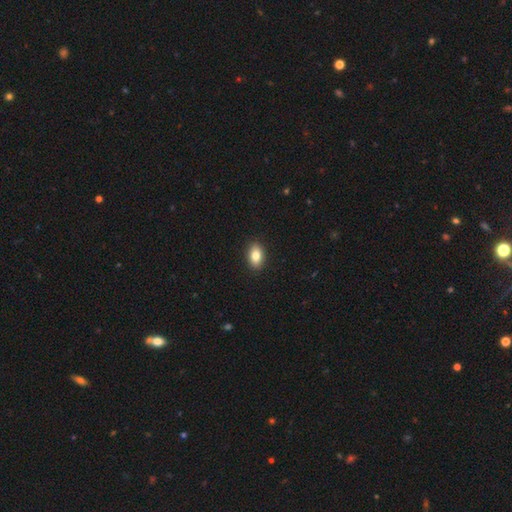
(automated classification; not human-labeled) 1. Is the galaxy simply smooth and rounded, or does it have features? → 84% smooth, 9% featured or disk, 8% star or artifact.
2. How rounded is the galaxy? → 88% in between, 10% round, 2% cigar-shaped.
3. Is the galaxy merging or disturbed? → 91% none, 7% minor disturbance, 2% major disturbance, 1% merger.